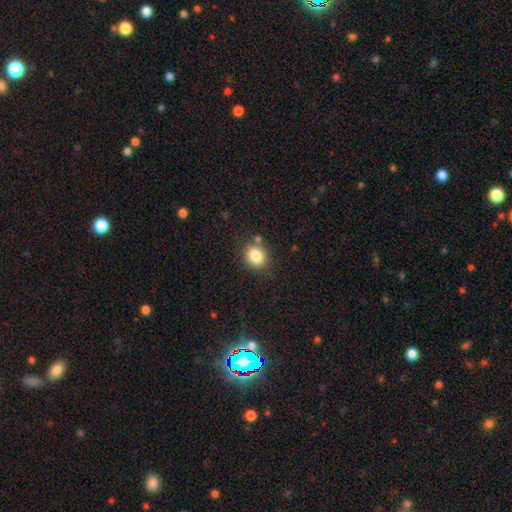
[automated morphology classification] This appears to be a smooth galaxy with no disk features (84%) that is round (65%). Merging: none (79%).